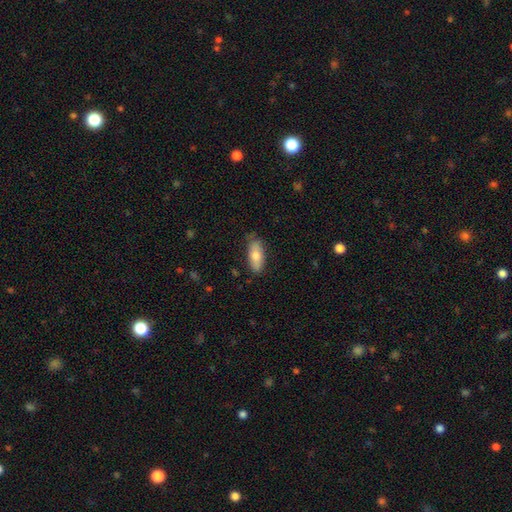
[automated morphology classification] Q: Smooth or featured?
A: smooth (74%); runner-up: featured or disk (20%)
Q: How rounded?
A: in between (79%); runner-up: cigar-shaped (18%)
Q: Merging?
A: none (78%); runner-up: minor disturbance (18%)